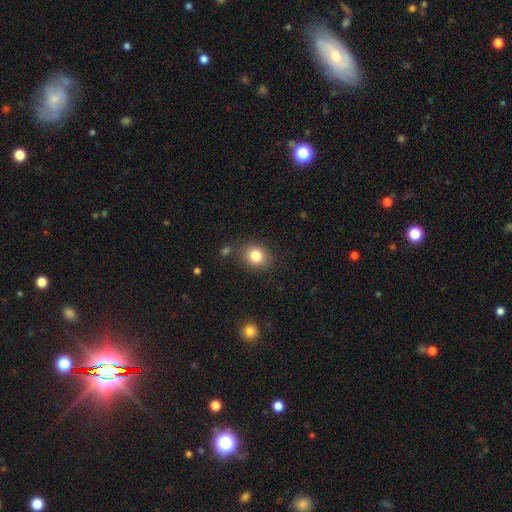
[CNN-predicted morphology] This is clearly a smooth galaxy (82%). How rounded: likely round (68%). Merging: clearly none (81%).